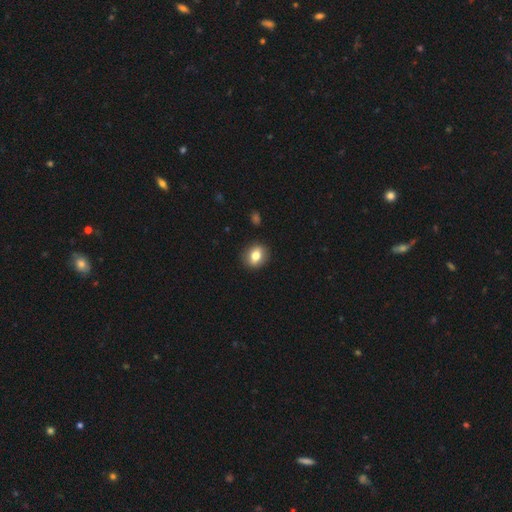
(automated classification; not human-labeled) Smooth or featured: smooth — 74% (featured or disk — 17%)
How rounded: round — 58% (in between — 40%)
Merging: none — 89% (minor disturbance — 8%)